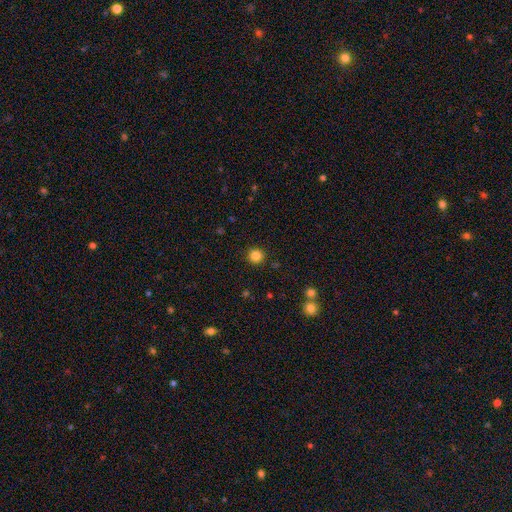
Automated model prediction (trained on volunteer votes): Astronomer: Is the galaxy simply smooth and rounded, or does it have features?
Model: smooth — 84%.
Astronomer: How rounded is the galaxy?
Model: round — 94%.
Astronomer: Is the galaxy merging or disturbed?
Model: none — 92%.